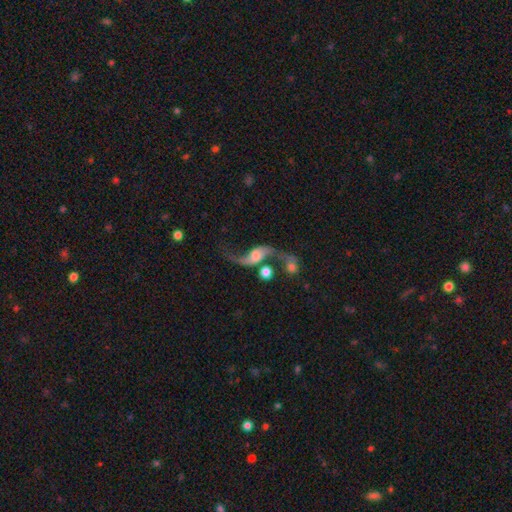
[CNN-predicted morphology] Q: Smooth or featured?
A: featured or disk (85%); runner-up: smooth (9%)
Q: Edge-on disk?
A: no (95%); runner-up: yes (5%)
Q: Bar?
A: no (55%); runner-up: weak (33%)
Q: Spiral arms?
A: yes (95%); runner-up: no (5%)
Q: Spiral winding?
A: loose (94%); runner-up: medium (5%)
Q: Spiral arm count?
A: 2 (93%); runner-up: 1 (3%)
Q: Bulge size?
A: moderate (31%); runner-up: small (26%)
Q: Merging?
A: none (45%); runner-up: merger (26%)